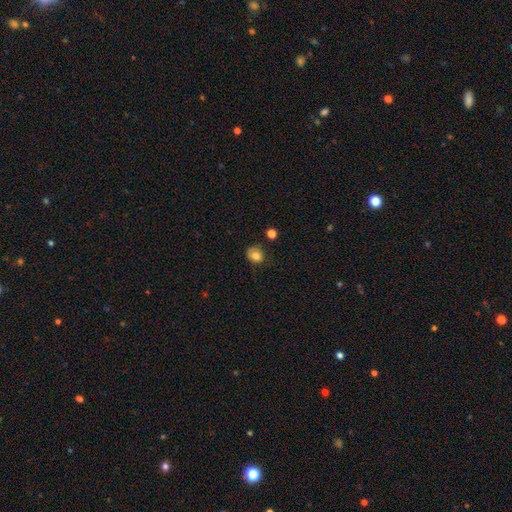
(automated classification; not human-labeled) Morphology: type=smooth (78%); roundness=round (67%); merging=none (64%).